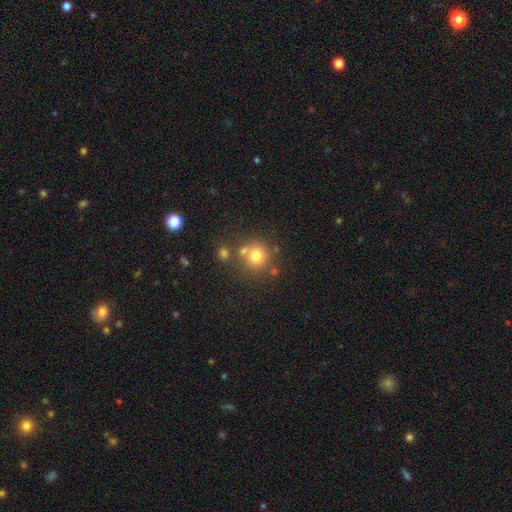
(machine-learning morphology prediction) type=smooth (75%); roundness=round (91%); merging=none (67%).